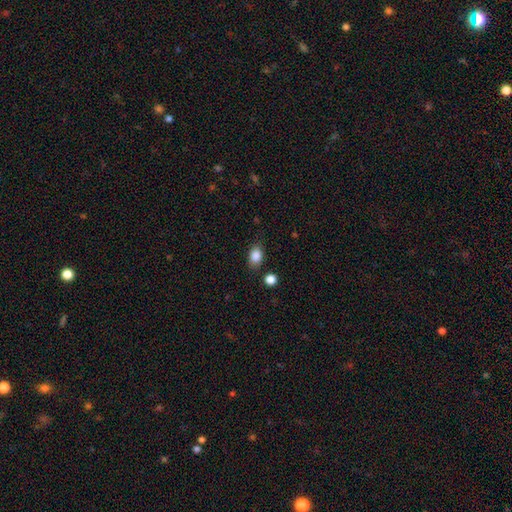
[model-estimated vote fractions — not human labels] smooth_or_featured: smooth (p=0.86) [alt: star or artifact p=0.09]
how_rounded: in between (p=0.76) [alt: round p=0.22]
merging: none (p=0.80) [alt: minor disturbance p=0.13]